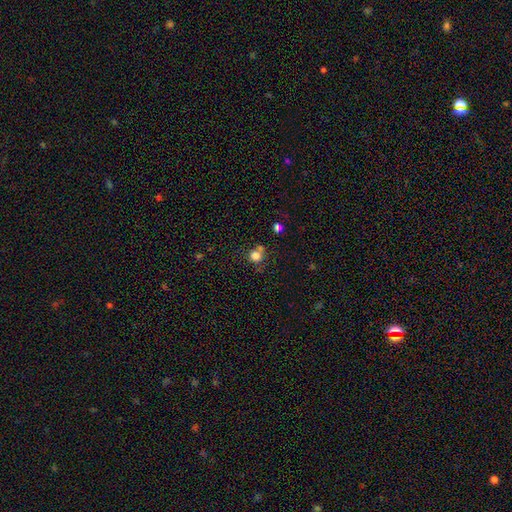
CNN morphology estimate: A smooth galaxy with no disk features (78%) that is round (87%). Merging: none (59%).